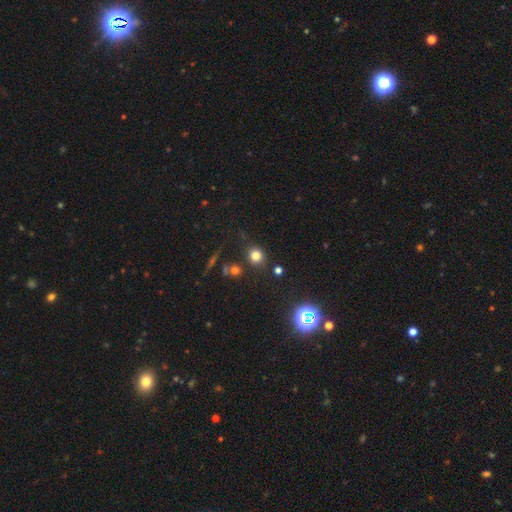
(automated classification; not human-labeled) Morphology: type=smooth (77%); roundness=round (83%); merging=none (77%).